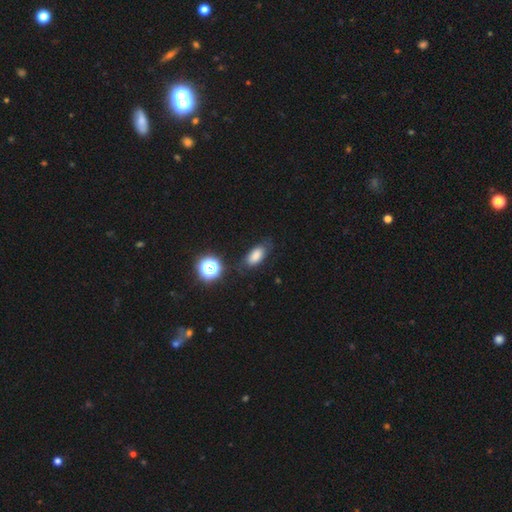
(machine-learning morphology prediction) Smooth or featured? smooth (78%)
How rounded? in between (87%)
Merging? none (74%)